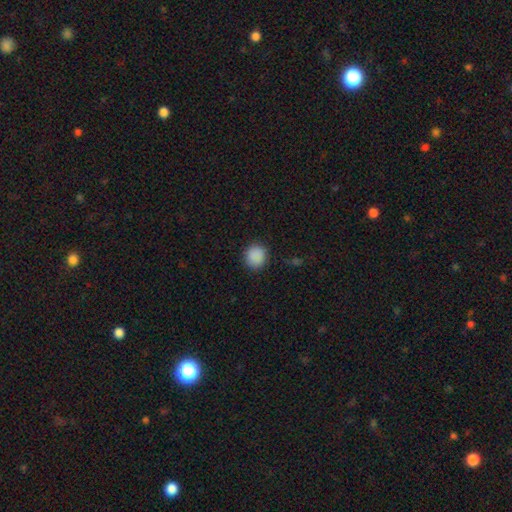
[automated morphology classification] type=smooth (88%); roundness=round (87%); merging=none (87%).